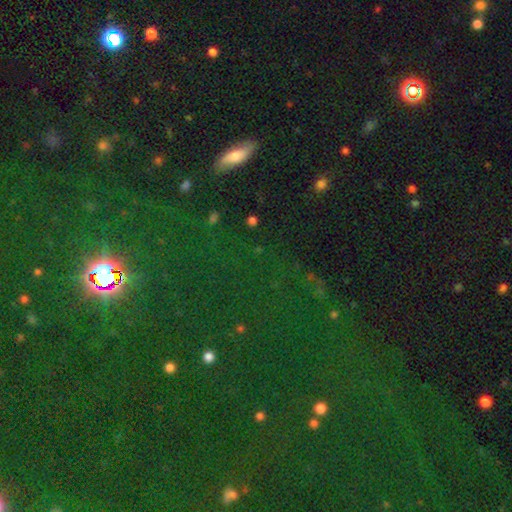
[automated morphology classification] A star or artifact, not a galaxy (57%).

Vote fractions:
- Smooth or featured? star or artifact: 57% / smooth: 27% / featured or disk: 16%